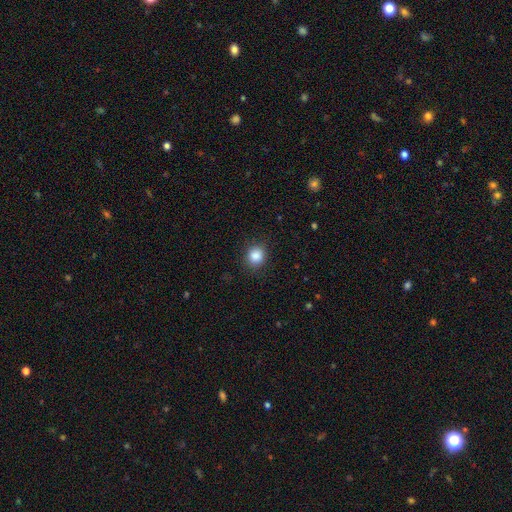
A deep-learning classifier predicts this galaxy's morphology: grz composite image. It shows a smooth galaxy with no disk features (86%) that is round (83%). Merging: none (87%).